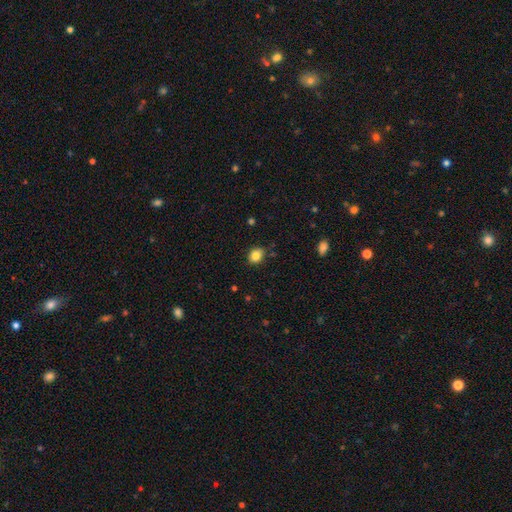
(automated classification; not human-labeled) smooth 83%, star or artifact 10%, featured or disk 7%. Down the decision tree: how rounded — in between (53%); merging — none (82%).